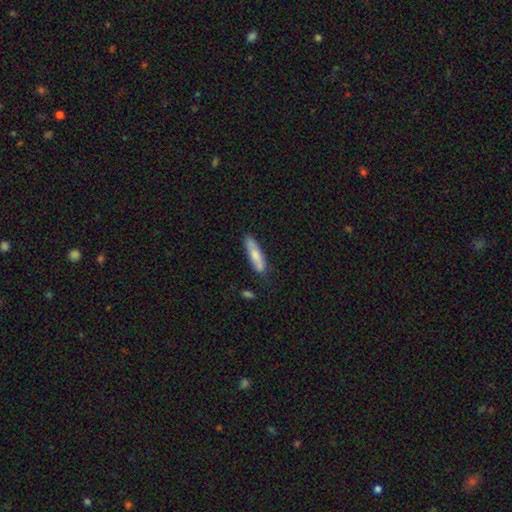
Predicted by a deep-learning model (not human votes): This appears to be a smooth galaxy with no disk features (69%) that is cigar-shaped (70%). Merging: none (70%).